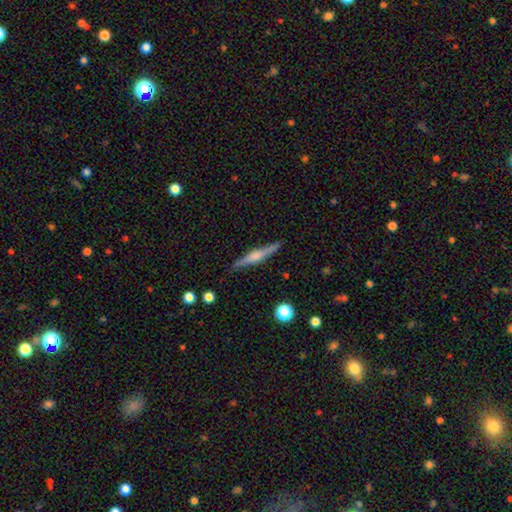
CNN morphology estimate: Overall: featured or disk (69%). Edge-on disk: yes (98%). Edge-on bulge: rounded (70%). Merging: none (89%).